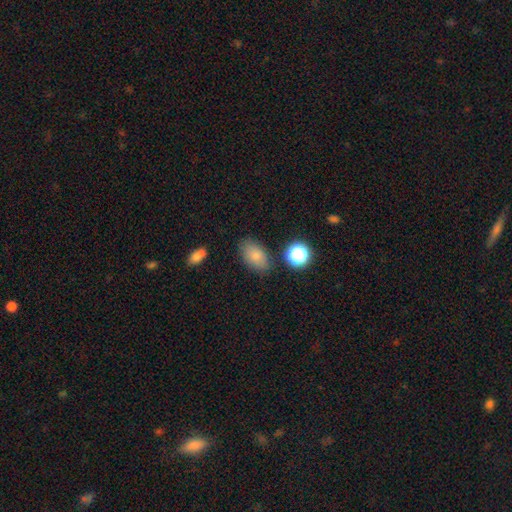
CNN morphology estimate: smooth-or-featured: smooth: 81% | star or artifact: 10% | featured or disk: 10%
  how-rounded: in between: 89% | round: 9% | cigar-shaped: 2%
  merging: none: 79% | minor disturbance: 13% | merger: 4% | major disturbance: 4%